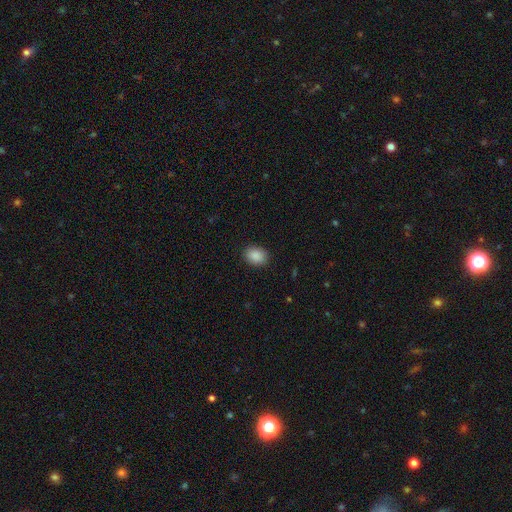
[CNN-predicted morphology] Overall: smooth (89%). How rounded: in between (59%; round 40%). Merging: none (89%).